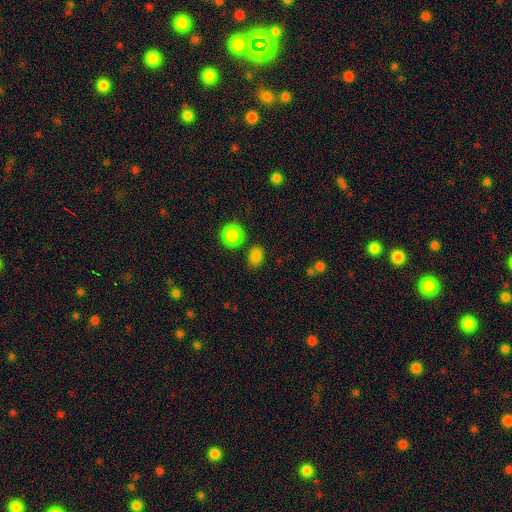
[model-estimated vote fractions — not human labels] smooth-or-featured: smooth: 86% | star or artifact: 11% | featured or disk: 3%
  how-rounded: in between: 64% | round: 35% | cigar-shaped: 2%
  merging: none: 81% | minor disturbance: 10% | merger: 5% | major disturbance: 3%